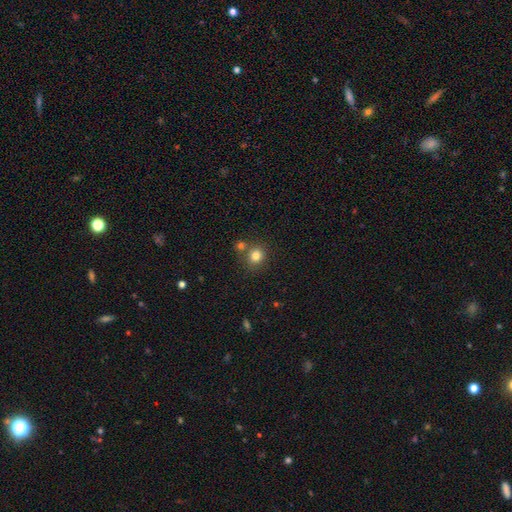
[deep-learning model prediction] A smooth galaxy with no disk features (81%) that is round (87%). Merging: none (68%).